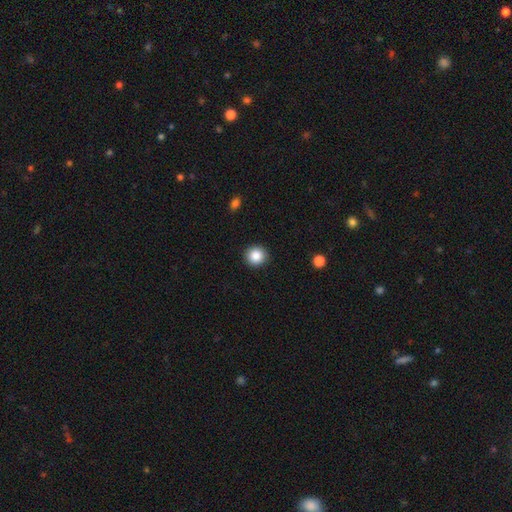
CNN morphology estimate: Q: Smooth or featured?
A: smooth (86%); runner-up: star or artifact (9%)
Q: How rounded?
A: round (93%); runner-up: in between (6%)
Q: Merging?
A: none (92%); runner-up: minor disturbance (5%)